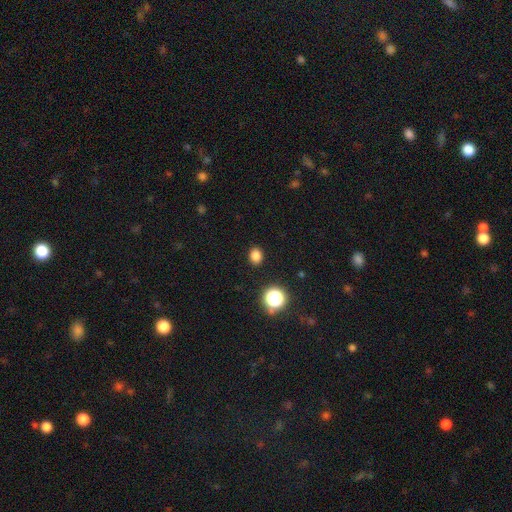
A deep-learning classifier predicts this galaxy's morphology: Smooth or featured? Predicted: smooth (p=0.82). How rounded? Predicted: round (p=0.52). Merging? Predicted: none (p=0.90).